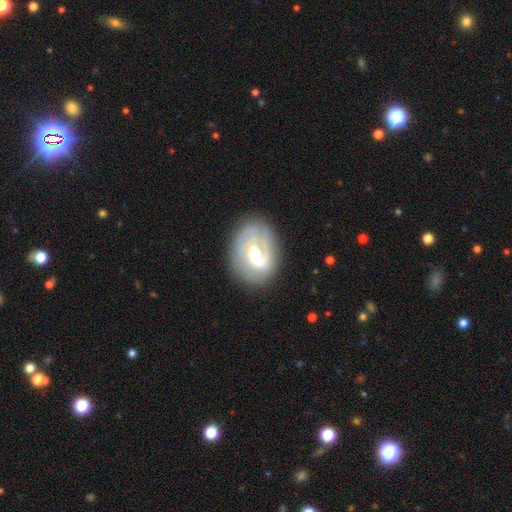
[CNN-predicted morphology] Smooth or featured: featured or disk — 73% (smooth — 20%)
Edge-on disk: no — 96% (yes — 4%)
Bar: weak — 48% (strong — 35%)
Spiral arms: yes — 81% (no — 19%)
Spiral winding: tight — 47% (medium — 33%)
Spiral arm count: 2 — 47% (can't tell — 27%)
Bulge size: moderate — 58% (small — 30%)
Merging: none — 72% (minor disturbance — 18%)